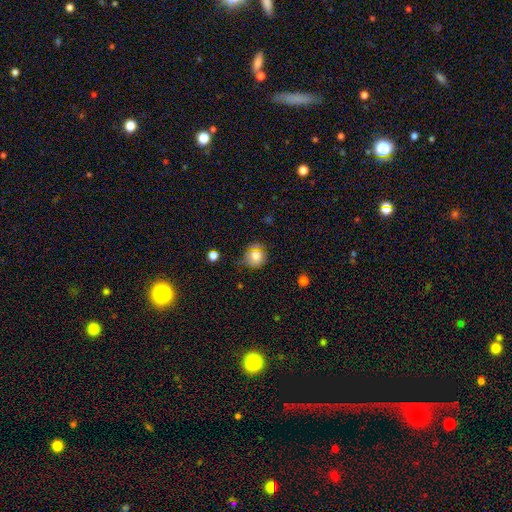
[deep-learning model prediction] Smooth or featured? Predicted: smooth (p=0.75). How rounded? Predicted: round (p=0.84). Merging? Predicted: none (p=0.66).